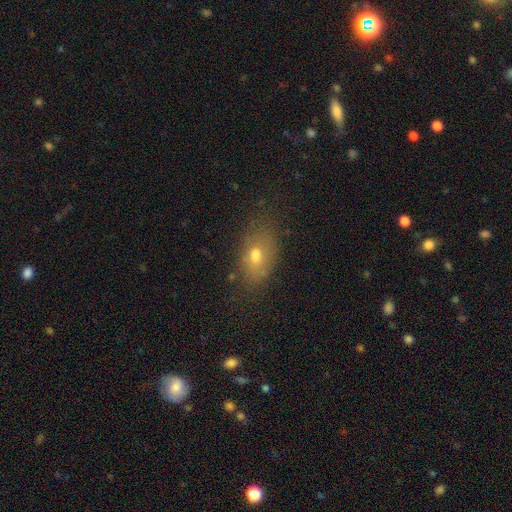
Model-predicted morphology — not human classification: A smooth galaxy with no disk features (68%) that is in between round and cigar-shaped (83%). Merging: none (69%).